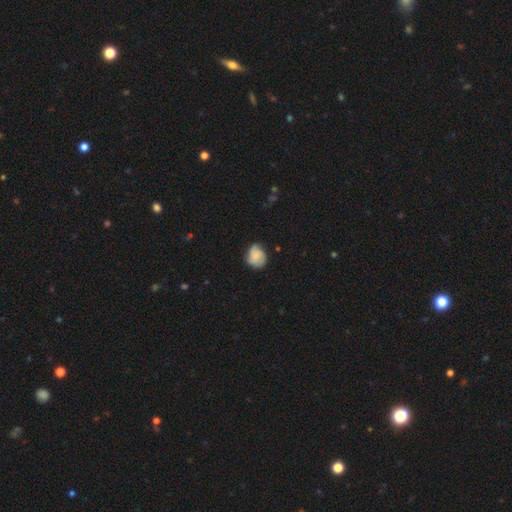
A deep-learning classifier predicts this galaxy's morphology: Smooth or featured: smooth — 63% (featured or disk — 29%)
How rounded: round — 62% (in between — 37%)
Merging: none — 65% (minor disturbance — 27%)